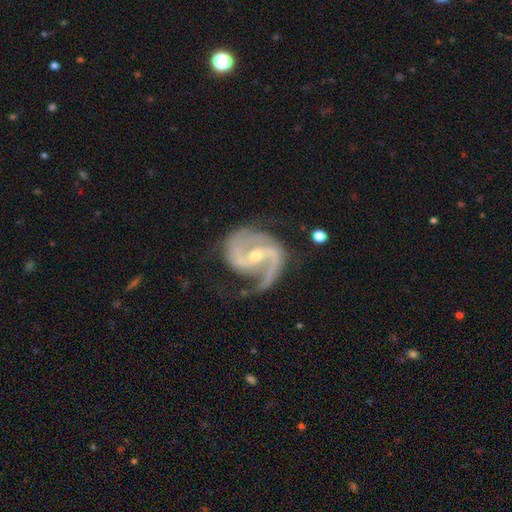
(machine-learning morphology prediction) Smooth or featured? Predicted: featured or disk (p=0.93). Edge-on disk? Predicted: no (p=0.98). Bar? Predicted: weak (p=0.44). Spiral arms? Predicted: yes (p=0.98). Spiral winding? Predicted: medium (p=0.59). Spiral arm count? Predicted: 2 (p=0.86). Bulge size? Predicted: small (p=0.52). Merging? Predicted: none (p=0.65).